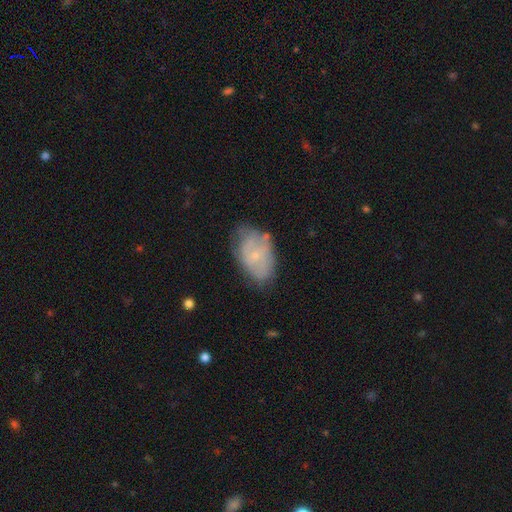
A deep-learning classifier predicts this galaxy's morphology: Q: Smooth or featured?
A: featured or disk (49%); runner-up: smooth (43%)
Q: Merging?
A: none (53%); runner-up: minor disturbance (32%)